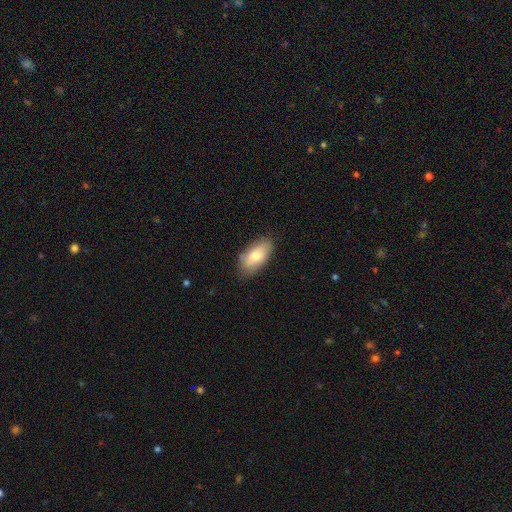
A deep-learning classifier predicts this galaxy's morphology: A smooth galaxy with no disk features (74%) that is in between round and cigar-shaped (92%). Merging: none (78%).